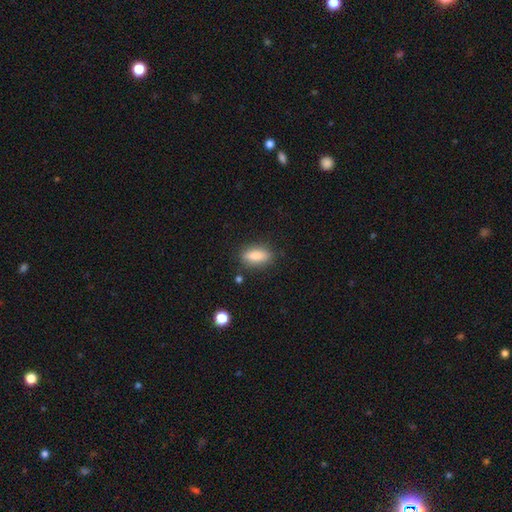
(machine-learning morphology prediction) smooth_or_featured: smooth (p=0.83) [alt: featured or disk p=0.10]
how_rounded: in between (p=0.74) [alt: cigar-shaped p=0.22]
merging: none (p=0.83) [alt: minor disturbance p=0.12]